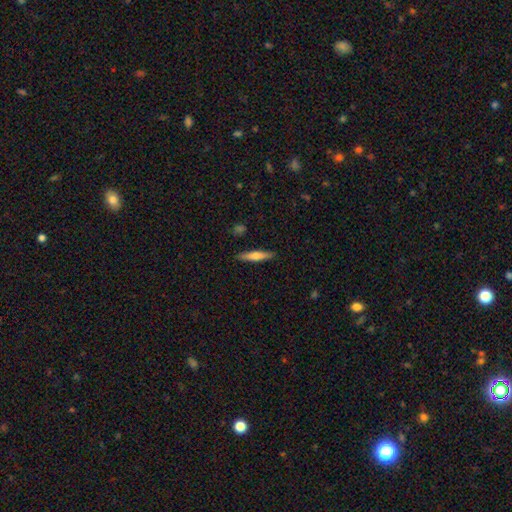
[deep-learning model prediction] Smooth or featured?
  - smooth: 59% *
  - featured or disk: 35%
  - star or artifact: 6%
How rounded?
  - cigar-shaped: 88% *
  - in between: 11%
  - round: 2%
Merging?
  - none: 90% *
  - minor disturbance: 7%
  - major disturbance: 2%
  - merger: 1%